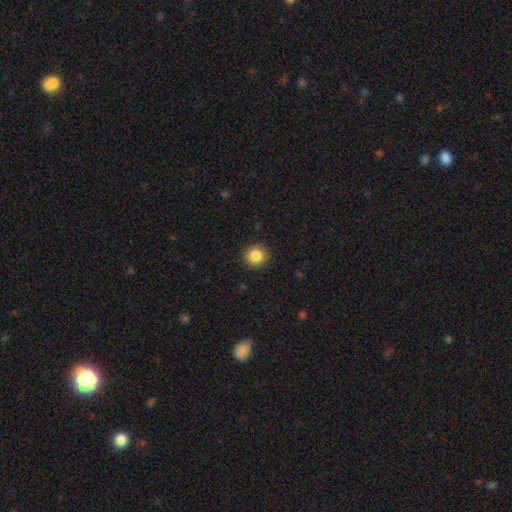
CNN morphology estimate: This appears to be a smooth galaxy with no disk features (85%) that is round (92%). Merging: none (91%).